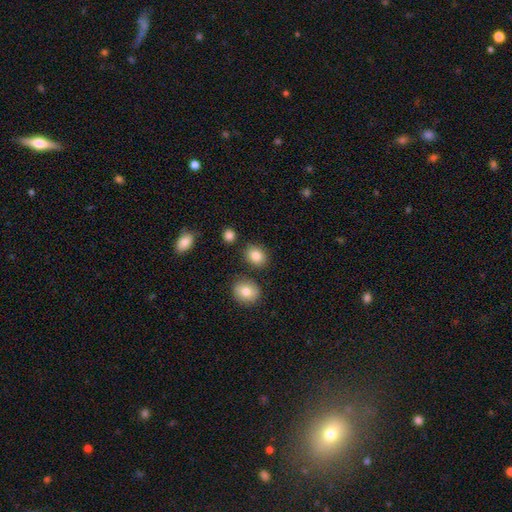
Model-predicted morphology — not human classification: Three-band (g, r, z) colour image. It shows a smooth galaxy with no disk features (85%) that is round (52%). Merging: none (82%).